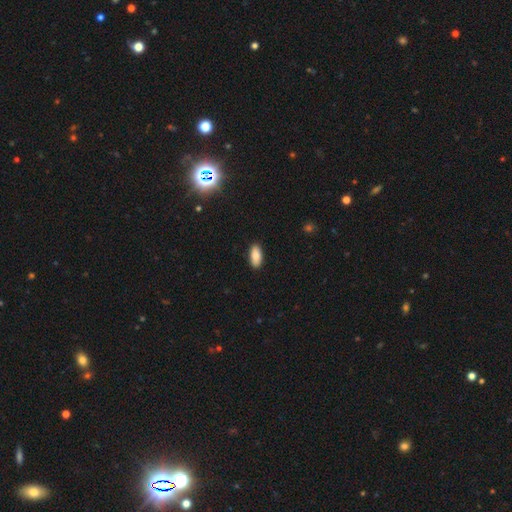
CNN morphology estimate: smooth 86%, star or artifact 7%, featured or disk 6%. Down the decision tree: how rounded — in between (88%); merging — none (89%).